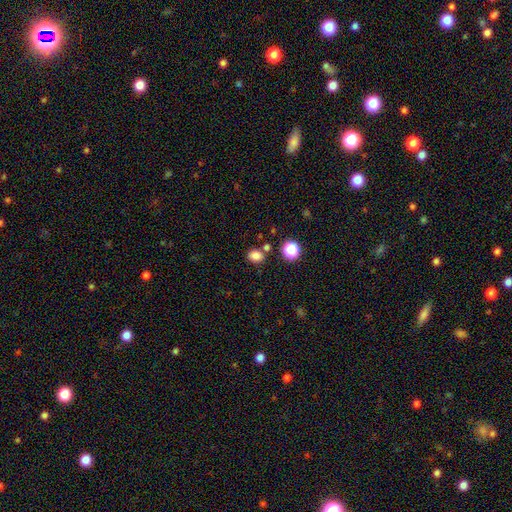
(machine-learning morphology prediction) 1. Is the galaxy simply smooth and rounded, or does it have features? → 81% smooth, 14% star or artifact, 5% featured or disk.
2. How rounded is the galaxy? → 55% round, 44% in between, 1% cigar-shaped.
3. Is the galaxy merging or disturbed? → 76% none, 10% minor disturbance, 10% merger, 3% major disturbance.